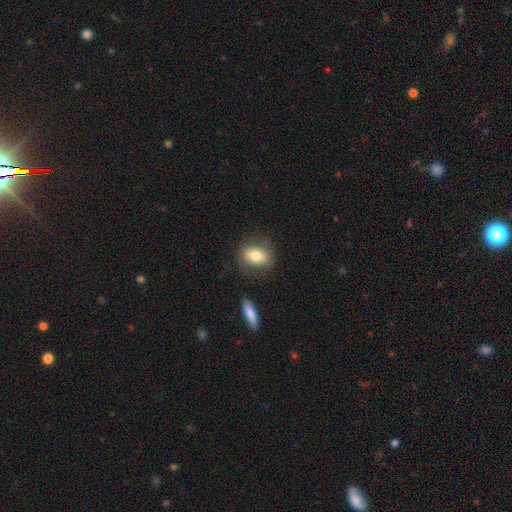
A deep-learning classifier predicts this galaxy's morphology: Smooth or featured?
  - smooth: 75% *
  - featured or disk: 17%
  - star or artifact: 8%
How rounded?
  - in between: 70% *
  - round: 27%
  - cigar-shaped: 2%
Merging?
  - none: 77% *
  - minor disturbance: 14%
  - major disturbance: 5%
  - merger: 4%